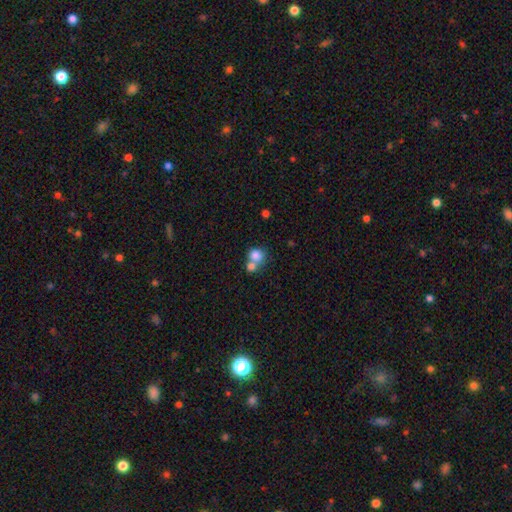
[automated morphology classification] smooth_or_featured: smooth (p=0.79) [alt: featured or disk p=0.11]
how_rounded: round (p=0.80) [alt: in between p=0.19]
merging: merger (p=0.56) [alt: none p=0.35]